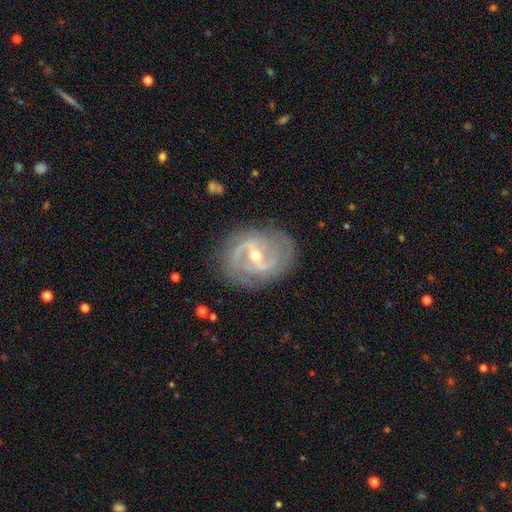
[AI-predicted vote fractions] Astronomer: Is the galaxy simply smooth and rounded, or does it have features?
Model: featured or disk — 87%.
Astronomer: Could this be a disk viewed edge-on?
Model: no — 96%.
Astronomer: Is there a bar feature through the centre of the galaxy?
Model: weak — 43%, tied with strong at 43%.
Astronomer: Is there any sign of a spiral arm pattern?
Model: yes — 92%.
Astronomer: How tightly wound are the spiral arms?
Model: medium — 48% (runner-up: tight, 32%).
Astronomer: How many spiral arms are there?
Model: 2 — 77%.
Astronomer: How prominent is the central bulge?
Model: moderate — 49% (runner-up: small, 48%).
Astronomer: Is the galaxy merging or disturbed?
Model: none — 79%.